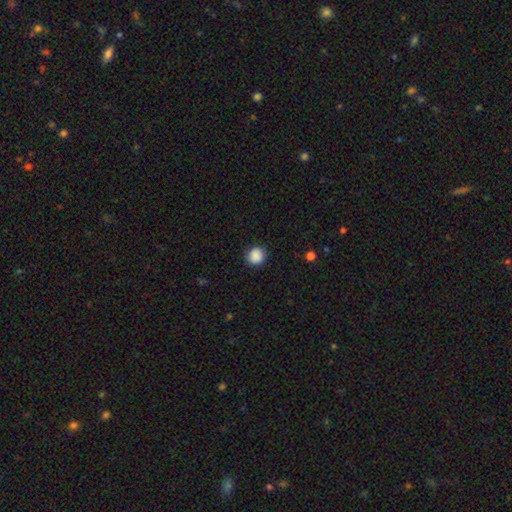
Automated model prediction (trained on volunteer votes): smooth 89%, star or artifact 9%, featured or disk 2%. Down the decision tree: how rounded — round (88%); merging — none (90%).